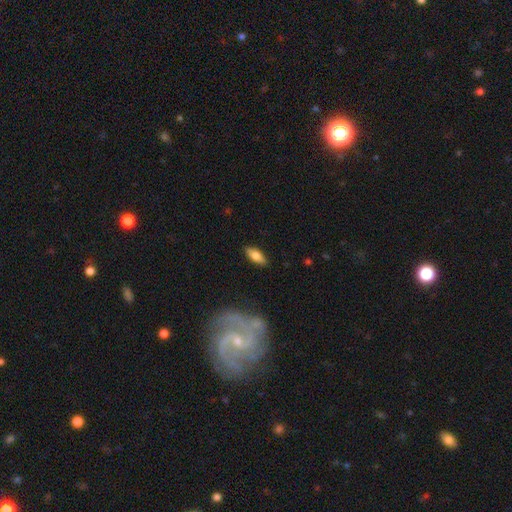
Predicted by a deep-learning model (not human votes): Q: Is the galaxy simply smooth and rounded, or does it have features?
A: smooth — 73%.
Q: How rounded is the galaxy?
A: in between — 77%.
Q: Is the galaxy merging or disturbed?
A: none — 87%.